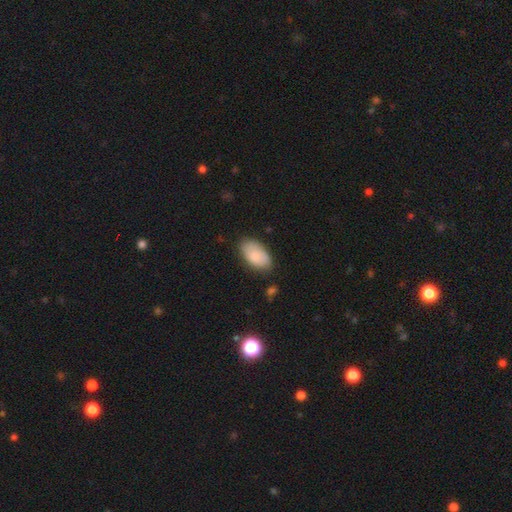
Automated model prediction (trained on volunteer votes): smooth_or_featured: smooth (p=0.79) [alt: featured or disk p=0.15]
how_rounded: in between (p=0.95) [alt: round p=0.03]
merging: none (p=0.74) [alt: minor disturbance p=0.21]